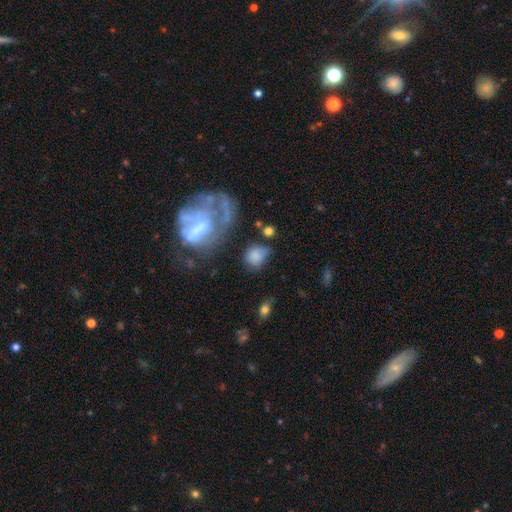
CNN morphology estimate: smooth-or-featured: smooth: 70% | featured or disk: 19% | star or artifact: 11%
  how-rounded: round: 55% | in between: 43% | cigar-shaped: 2%
  merging: none: 47% | minor disturbance: 24% | major disturbance: 18% | merger: 11%